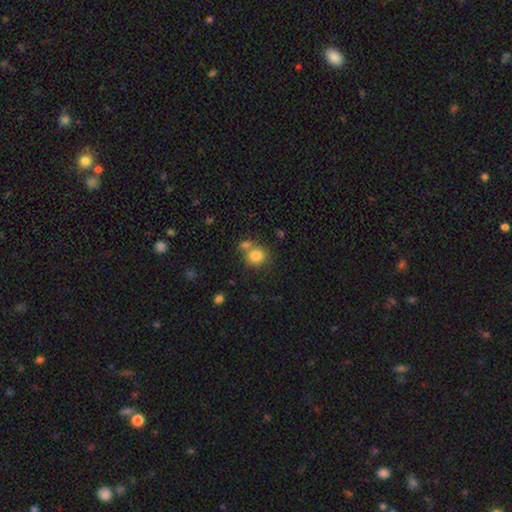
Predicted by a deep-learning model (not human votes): Morphology: type=smooth (82%); roundness=round (79%); merging=none (55%).